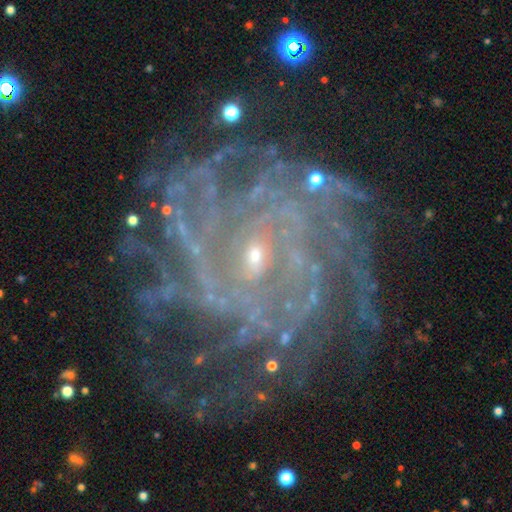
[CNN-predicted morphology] A featured or disk galaxy (87%) with no bar (48%), tight (66%) spiral arms (94%) and a small central bulge (82%).

Vote fractions:
- Smooth or featured? featured or disk: 87% / star or artifact: 9% / smooth: 4%
- Edge-on disk? no: 97% / yes: 3%
- Bar? no: 48% / weak: 38% / strong: 13%
- Spiral arms? yes: 94% / no: 6%
- Spiral winding? tight: 66% / medium: 27% / loose: 7%
- Spiral arm count? can't tell: 31% / more than 4: 24% / 4: 17% / 3: 11% / 2: 10% / 1: 8%
- Bulge size? small: 82% / moderate: 13% / none: 3% / large: 1% / dominant: 1%
- Merging? none: 69% / minor disturbance: 16% / major disturbance: 12% / merger: 2%